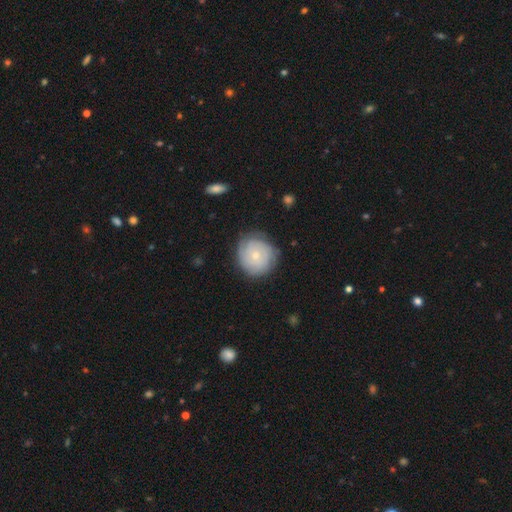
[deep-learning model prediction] A featured or disk galaxy (51%). Merging: none (76%).